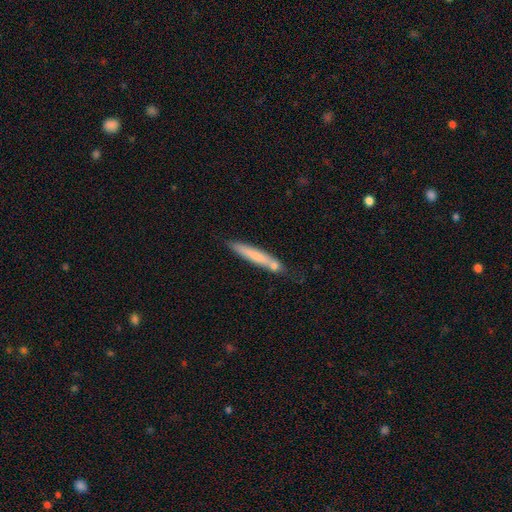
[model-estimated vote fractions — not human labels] The model was most divided on "smooth or featured": smooth: 67%, featured or disk: 26%, star or artifact: 6%. More confident: how rounded — cigar-shaped (94%); merging — none (67%).